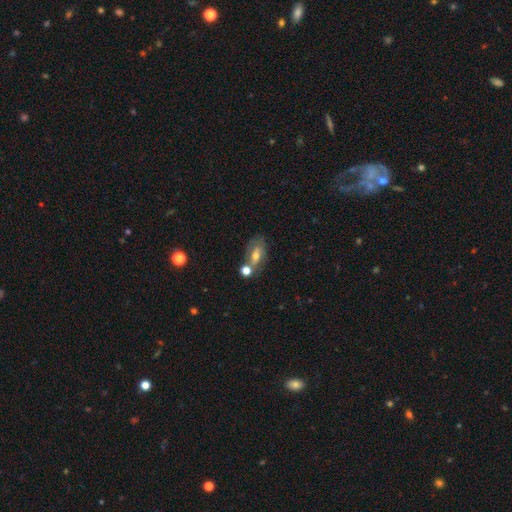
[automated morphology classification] This is marginally a featured or disk galaxy (44%, tied with smooth). Merging: possibly none (46%).